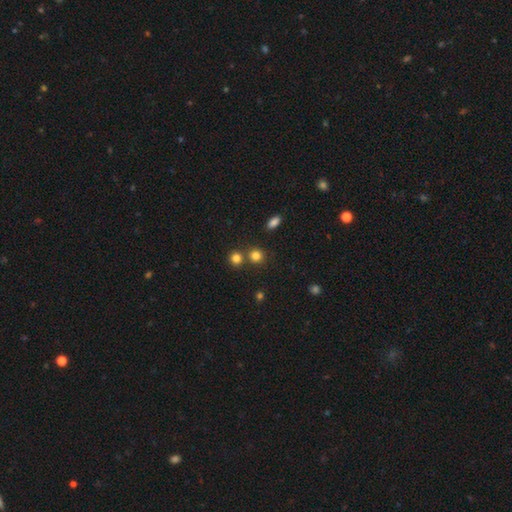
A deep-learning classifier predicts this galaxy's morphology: The model was most divided on "merging": none: 71%, merger: 19%, minor disturbance: 7%, major disturbance: 3%. More confident: how rounded — round (89%); smooth or featured — smooth (80%).